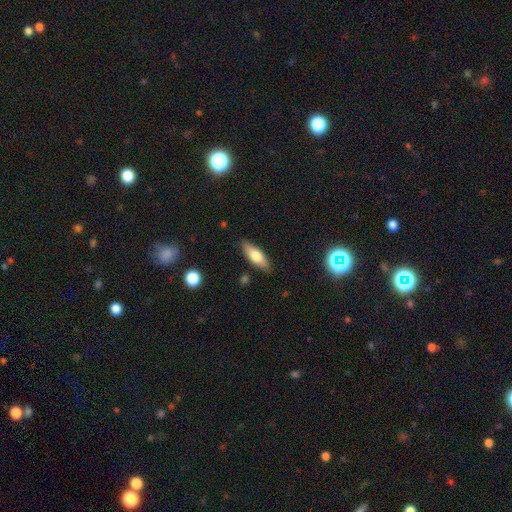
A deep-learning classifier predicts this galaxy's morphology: A smooth galaxy with no disk features (68%) that is in between round and cigar-shaped (64%). Merging: none (86%).